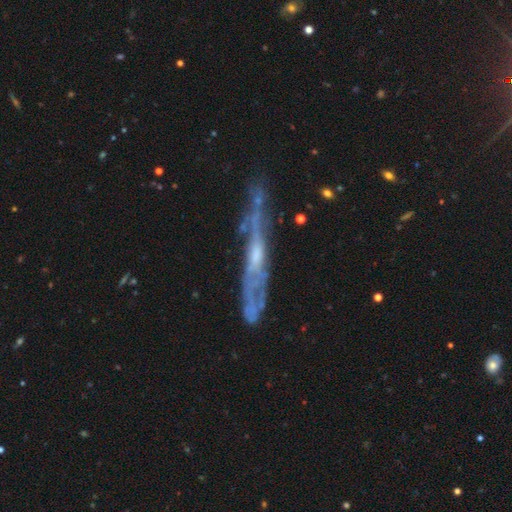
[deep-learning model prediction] This appears to be a featured or disk galaxy (74%) viewed edge-on (66%). Merging: none (70%).